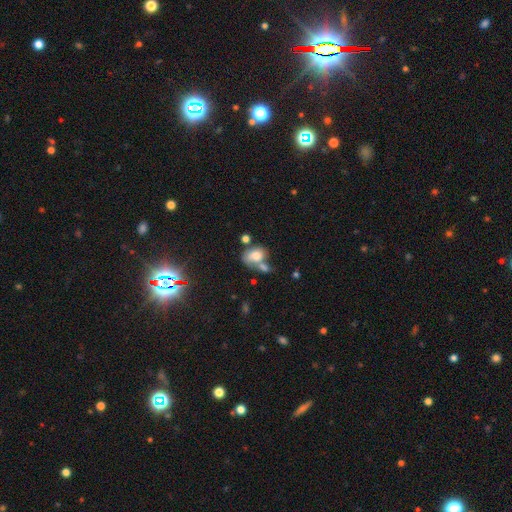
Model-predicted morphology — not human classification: type=smooth (69%); roundness=in between (75%); merging=merger (46%).